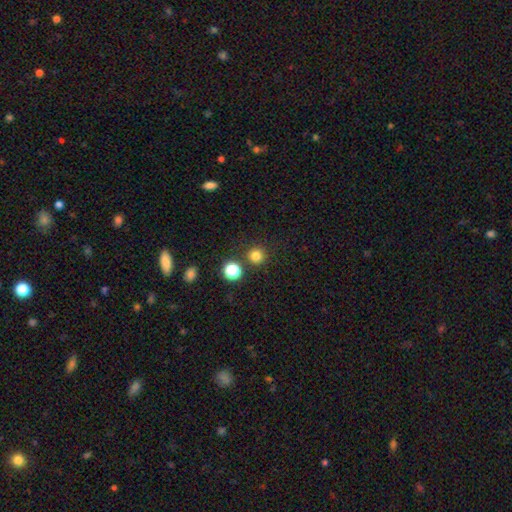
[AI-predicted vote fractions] A smooth galaxy with no disk features (79%) that is round (95%).

Vote fractions:
- Smooth or featured? smooth: 79% / star or artifact: 16% / featured or disk: 5%
- How rounded? round: 95% / in between: 4% / cigar-shaped: 1%
- Merging? none: 86% / minor disturbance: 6% / merger: 6% / major disturbance: 2%